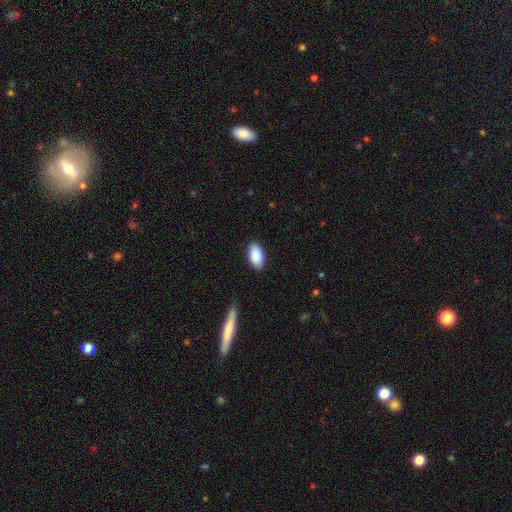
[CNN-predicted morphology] This appears to be a smooth galaxy with no disk features (90%) that is in between round and cigar-shaped (95%). Merging: none (87%).